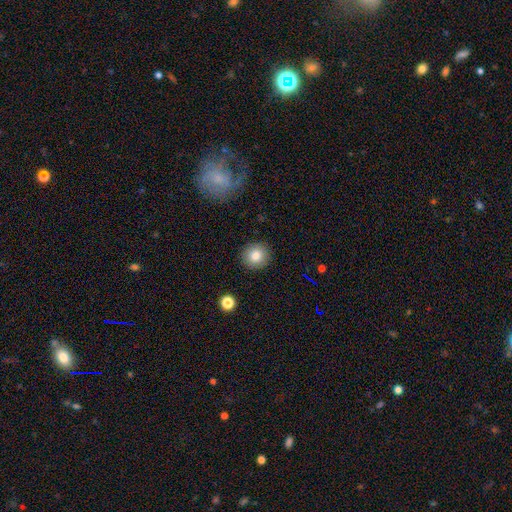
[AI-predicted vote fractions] smooth_or_featured: smooth (p=0.82) [alt: star or artifact p=0.10]
how_rounded: round (p=0.91) [alt: in between p=0.08]
merging: none (p=0.91) [alt: minor disturbance p=0.06]